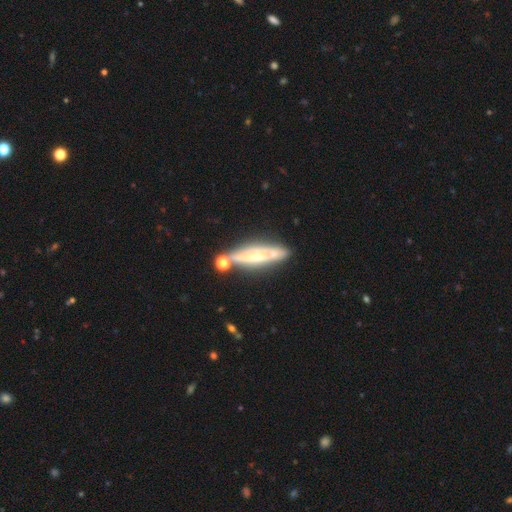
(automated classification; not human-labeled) Morphology: type=featured or disk (60%); edge-on=yes (79%); merging=none (64%).